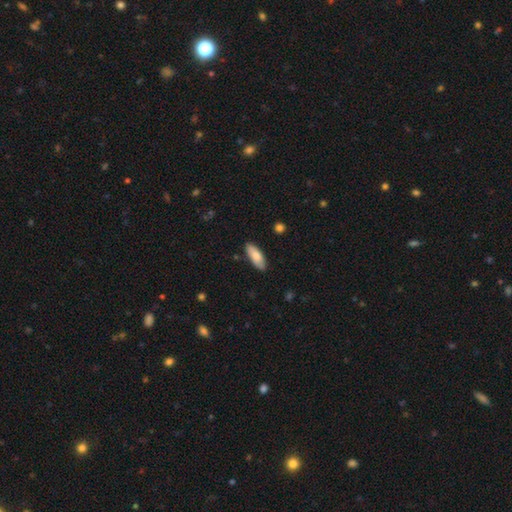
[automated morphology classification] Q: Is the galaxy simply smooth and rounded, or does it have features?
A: smooth — 80%.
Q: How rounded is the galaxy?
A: in between — 74%.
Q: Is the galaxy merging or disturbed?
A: none — 85%.